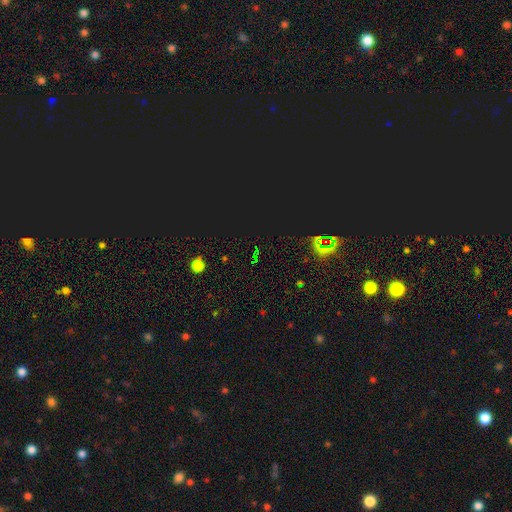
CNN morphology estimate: This is likely a star or artifact rather than a galaxy (78%).